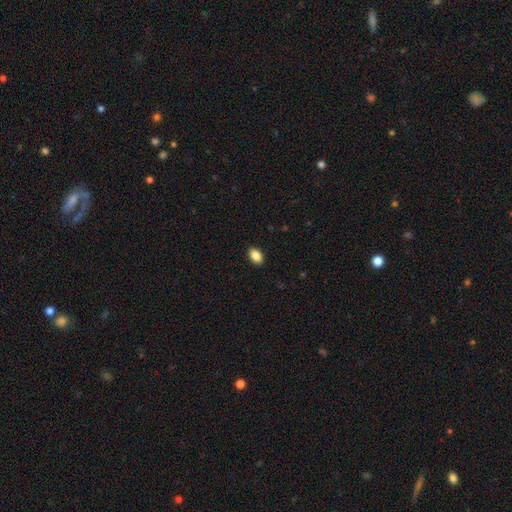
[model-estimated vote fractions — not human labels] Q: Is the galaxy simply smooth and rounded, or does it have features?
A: smooth — 87%.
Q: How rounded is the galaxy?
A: in between — 89%.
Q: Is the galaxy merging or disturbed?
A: none — 90%.